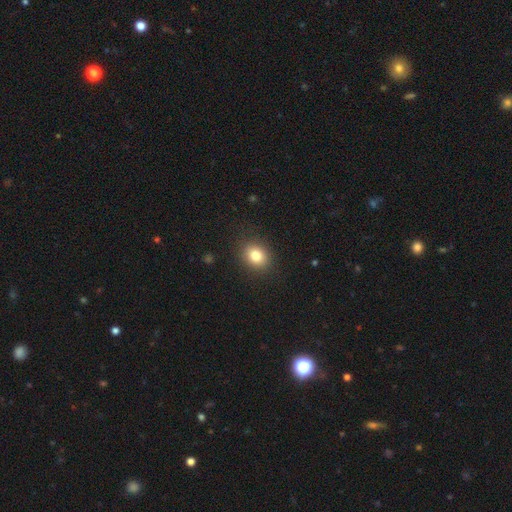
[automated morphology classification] Smooth or featured?
  - smooth: 81% *
  - star or artifact: 11%
  - featured or disk: 8%
How rounded?
  - round: 56% *
  - in between: 43%
  - cigar-shaped: 1%
Merging?
  - none: 88% *
  - minor disturbance: 8%
  - major disturbance: 3%
  - merger: 1%